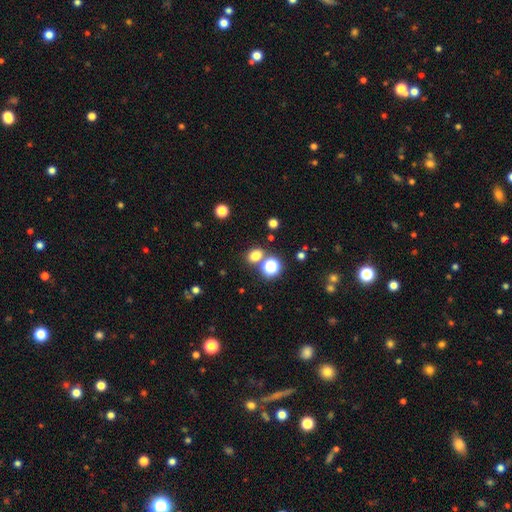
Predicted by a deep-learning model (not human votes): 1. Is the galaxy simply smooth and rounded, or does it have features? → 74% smooth, 20% star or artifact, 6% featured or disk.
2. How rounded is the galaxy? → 54% round, 45% in between, 1% cigar-shaped.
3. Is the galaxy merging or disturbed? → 75% none, 13% merger, 9% minor disturbance, 4% major disturbance.